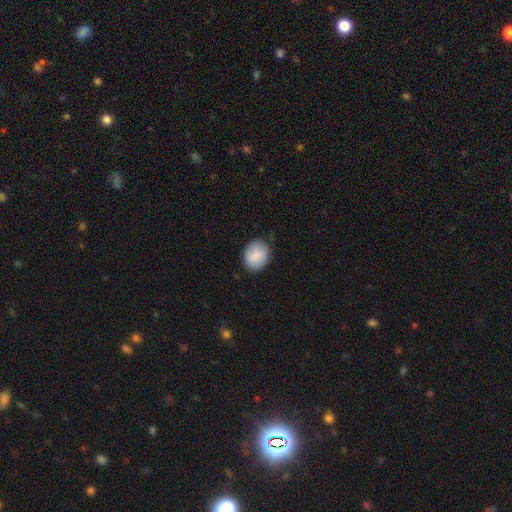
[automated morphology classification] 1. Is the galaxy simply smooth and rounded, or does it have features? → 84% smooth, 9% featured or disk, 7% star or artifact.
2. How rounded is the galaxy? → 59% round, 40% in between, 1% cigar-shaped.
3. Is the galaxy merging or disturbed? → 81% none, 15% minor disturbance, 3% major disturbance, 1% merger.